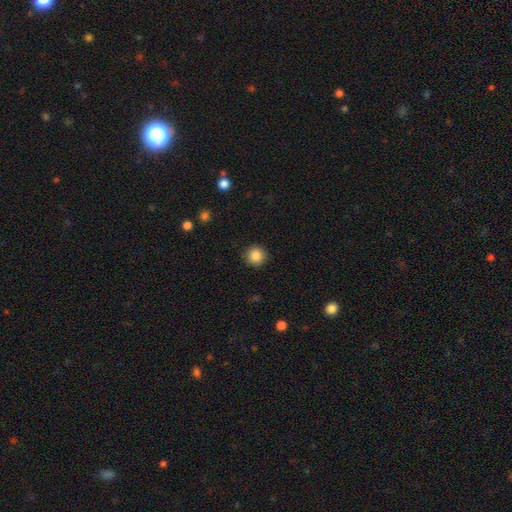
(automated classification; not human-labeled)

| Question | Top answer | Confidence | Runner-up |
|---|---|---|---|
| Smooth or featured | smooth | 87% | star or artifact (9%) |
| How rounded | round | 95% | in between (4%) |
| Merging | none | 91% | minor disturbance (6%) |